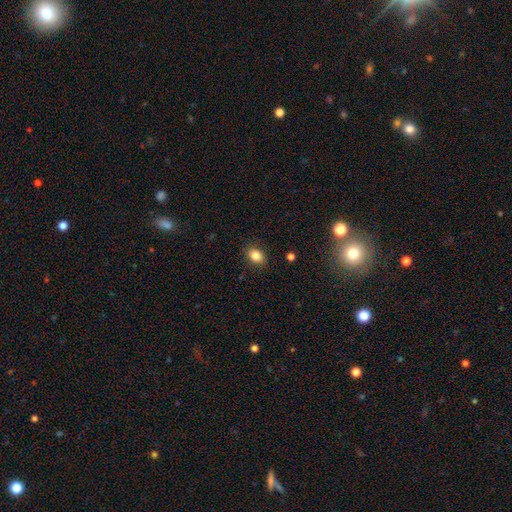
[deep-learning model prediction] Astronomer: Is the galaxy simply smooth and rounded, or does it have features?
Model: smooth — 84%.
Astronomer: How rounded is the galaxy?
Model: in between — 69%.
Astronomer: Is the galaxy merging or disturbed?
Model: none — 86%.